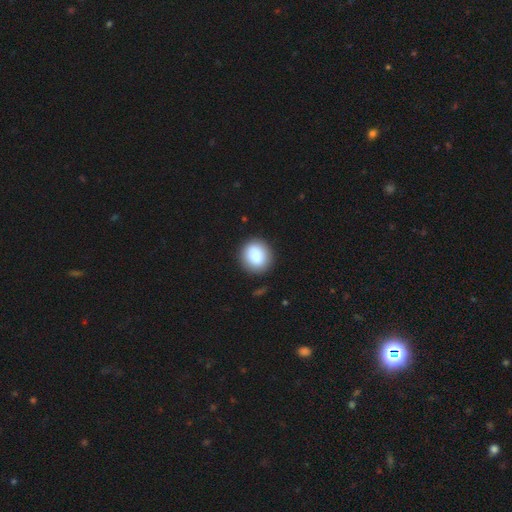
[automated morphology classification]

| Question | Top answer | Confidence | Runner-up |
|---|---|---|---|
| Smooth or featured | smooth | 84% | star or artifact (8%) |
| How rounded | round | 82% | in between (17%) |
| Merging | none | 84% | minor disturbance (11%) |